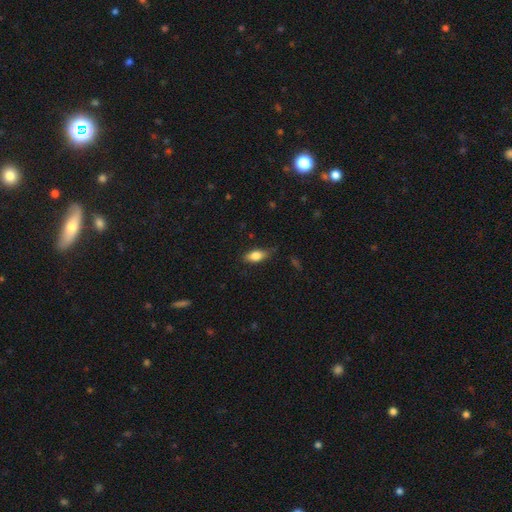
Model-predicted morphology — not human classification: type=smooth (80%); roundness=in between (82%); merging=none (75%).